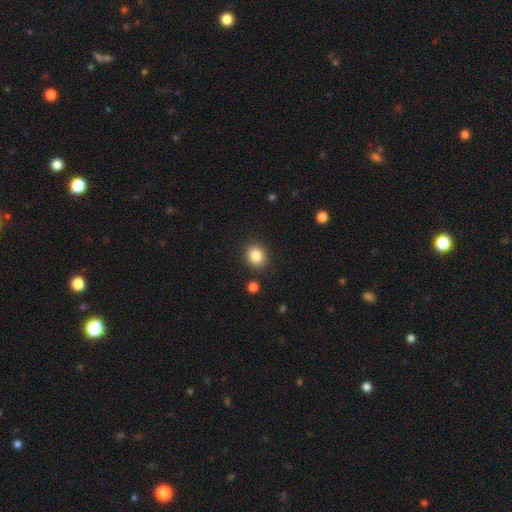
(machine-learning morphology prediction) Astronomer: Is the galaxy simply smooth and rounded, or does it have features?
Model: smooth — 85%.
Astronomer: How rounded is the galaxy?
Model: round — 74%.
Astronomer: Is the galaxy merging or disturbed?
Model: none — 88%.